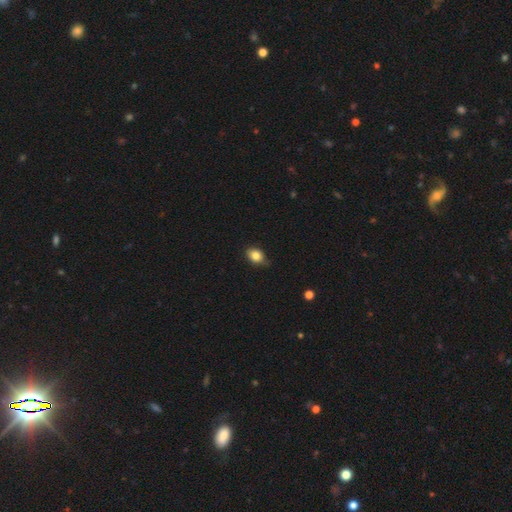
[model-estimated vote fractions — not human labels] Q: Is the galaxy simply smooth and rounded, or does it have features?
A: smooth — 82%.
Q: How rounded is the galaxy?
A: in between — 67%.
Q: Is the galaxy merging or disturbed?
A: none — 68%.